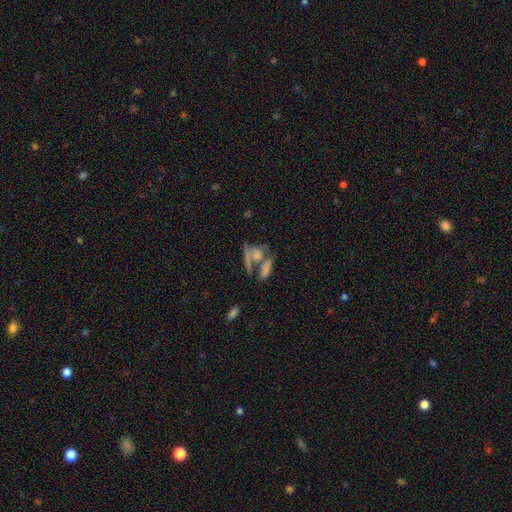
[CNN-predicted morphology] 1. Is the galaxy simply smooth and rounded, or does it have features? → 52% smooth, 34% featured or disk, 14% star or artifact.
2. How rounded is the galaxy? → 65% in between, 24% round, 11% cigar-shaped.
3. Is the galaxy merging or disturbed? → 52% merger, 24% none, 13% major disturbance, 10% minor disturbance.